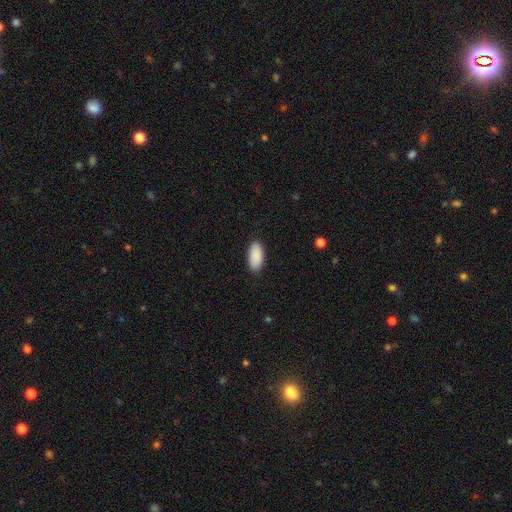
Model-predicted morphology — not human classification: This appears to be a smooth galaxy with no disk features (91%) that is in between round and cigar-shaped (94%). Merging: none (87%).